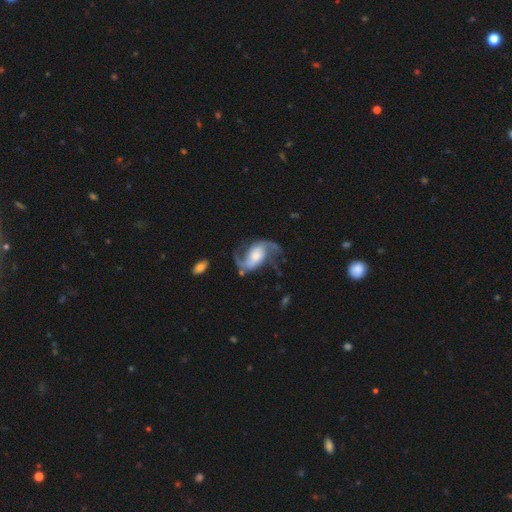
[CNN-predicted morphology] featured or disk 88%, smooth 7%, star or artifact 5%. Down the decision tree: edge-on disk — no (97%); bar — no (47%); spiral arms — yes (97%); spiral arm count — 2 (93%); spiral winding — loose (57%); bulge size — moderate (38%); merging — none (66%).